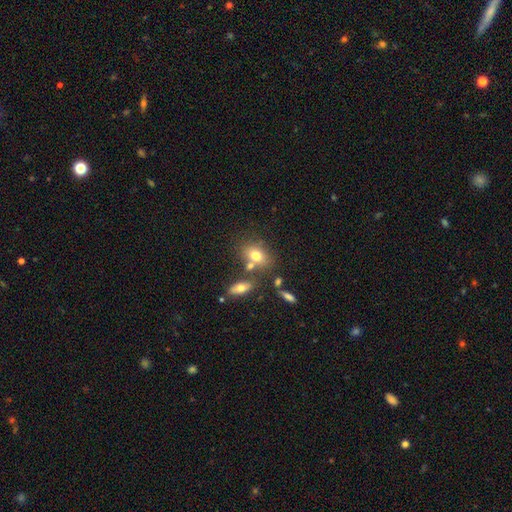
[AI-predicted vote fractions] Smooth or featured?
  - smooth: 72% *
  - featured or disk: 17%
  - star or artifact: 11%
How rounded?
  - in between: 72% *
  - round: 26%
  - cigar-shaped: 3%
Merging?
  - none: 57% *
  - merger: 24%
  - minor disturbance: 13%
  - major disturbance: 5%